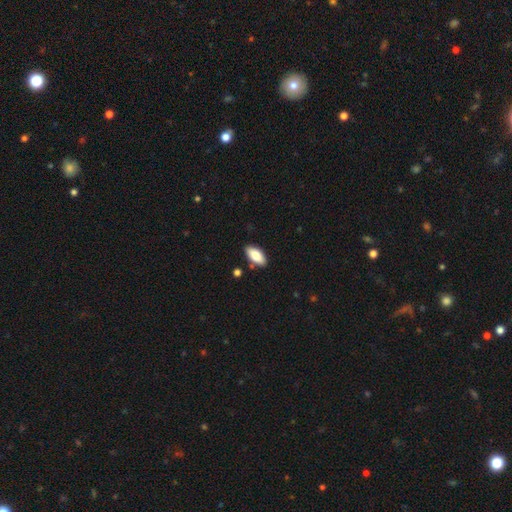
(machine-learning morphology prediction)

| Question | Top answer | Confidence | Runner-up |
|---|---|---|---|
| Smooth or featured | smooth | 82% | featured or disk (11%) |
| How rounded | in between | 90% | cigar-shaped (8%) |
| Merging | none | 84% | minor disturbance (10%) |